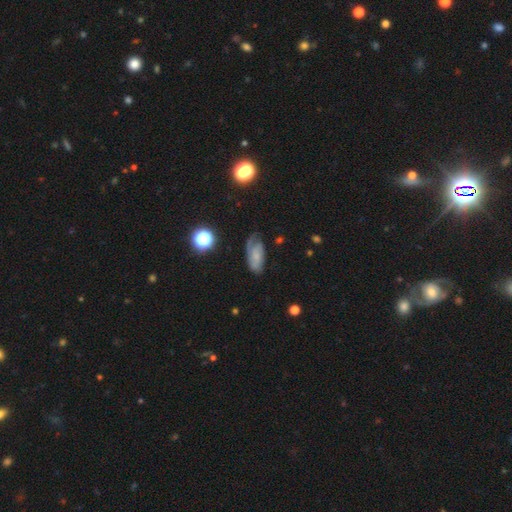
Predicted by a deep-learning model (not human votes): A featured or disk galaxy (46%).

Vote fractions:
- Smooth or featured? featured or disk: 46% / smooth: 43% / star or artifact: 11%
- Merging? none: 48% / minor disturbance: 30% / major disturbance: 19% / merger: 2%